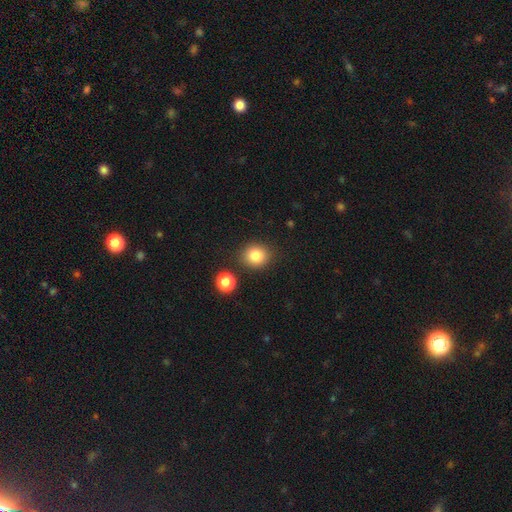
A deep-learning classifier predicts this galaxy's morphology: Q: Smooth or featured?
A: smooth (85%); runner-up: star or artifact (10%)
Q: How rounded?
A: round (77%); runner-up: in between (22%)
Q: Merging?
A: none (83%); runner-up: minor disturbance (9%)